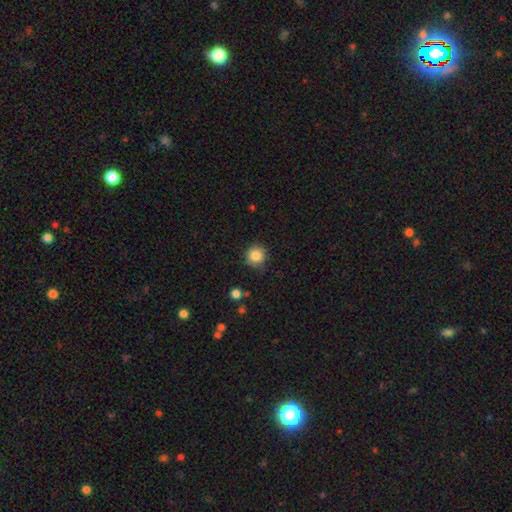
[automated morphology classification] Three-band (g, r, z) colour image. It shows a smooth galaxy with no disk features (84%) that is round (94%). Merging: none (87%).